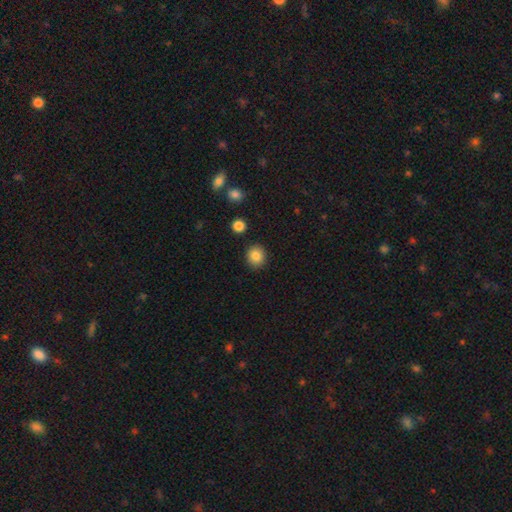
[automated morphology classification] smooth-or-featured: smooth: 85% | star or artifact: 9% | featured or disk: 6%
  how-rounded: round: 83% | in between: 16% | cigar-shaped: 1%
  merging: none: 89% | minor disturbance: 7% | merger: 2% | major disturbance: 2%